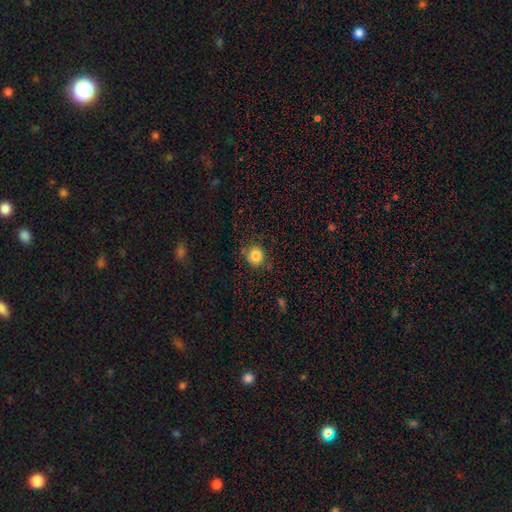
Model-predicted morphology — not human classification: The model was most divided on "merging": none: 80%, minor disturbance: 14%, major disturbance: 4%, merger: 2%. More confident: how rounded — round (86%); smooth or featured — smooth (82%).